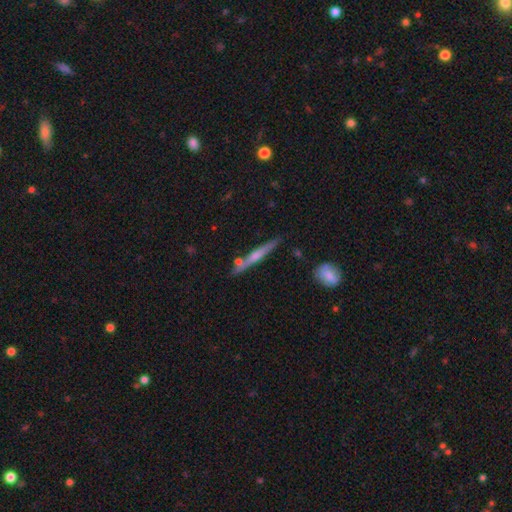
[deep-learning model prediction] Smooth or featured? featured or disk (60%)
Edge-on disk? yes (96%)
Edge-on bulge? rounded (59%)
Merging? none (81%)